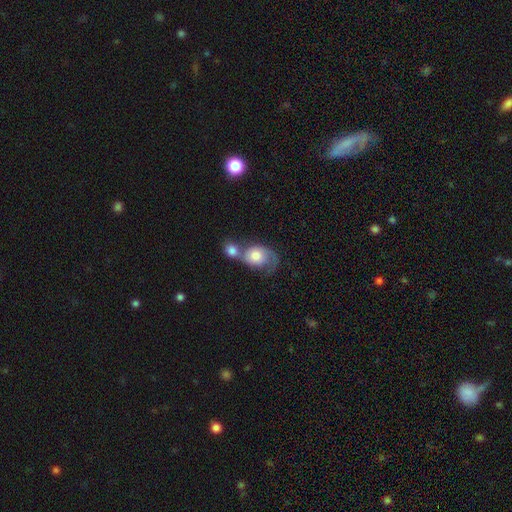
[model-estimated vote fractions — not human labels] This is possibly a smooth galaxy (55%). How rounded: possibly round (50%). Merging: likely merger (69%).